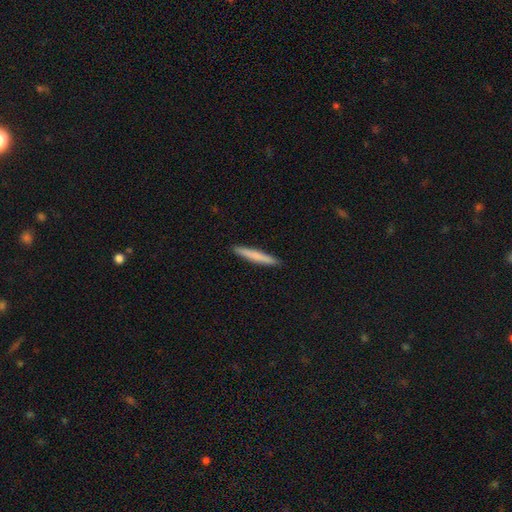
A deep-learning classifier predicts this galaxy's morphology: This appears to be a smooth galaxy with no disk features (73%) that is cigar-shaped (96%). Merging: none (93%).